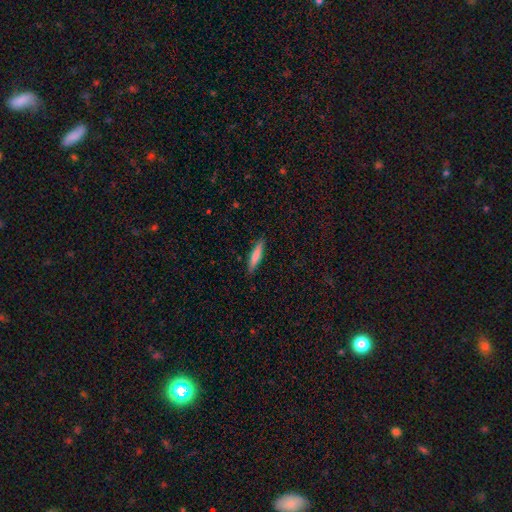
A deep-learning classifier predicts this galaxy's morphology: Smooth or featured?
  - smooth: 74% *
  - featured or disk: 20%
  - star or artifact: 6%
How rounded?
  - cigar-shaped: 88% *
  - in between: 11%
  - round: 1%
Merging?
  - none: 88% *
  - minor disturbance: 9%
  - major disturbance: 2%
  - merger: 1%